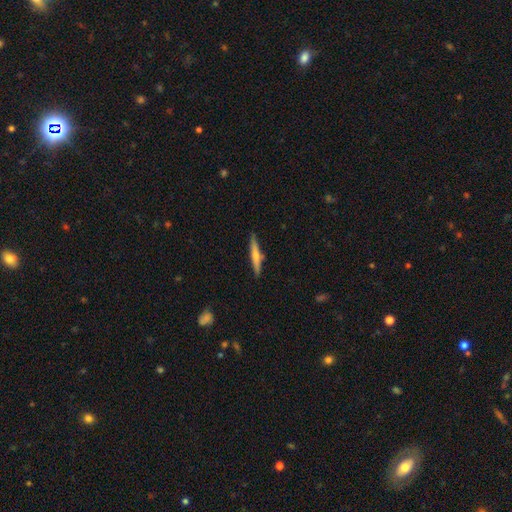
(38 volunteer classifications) A smooth galaxy with no disk features (61%) that is cigar-shaped (91%). Merging: none (86%).